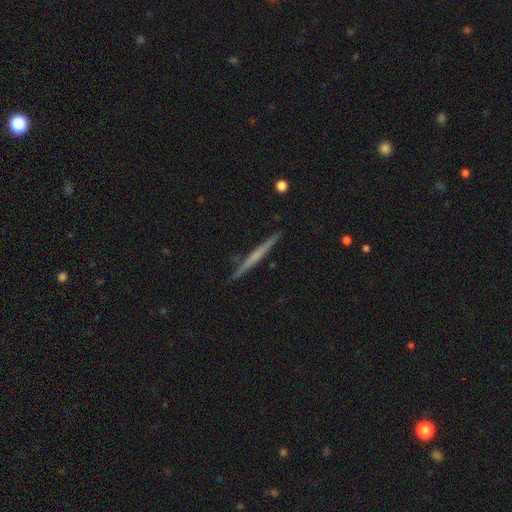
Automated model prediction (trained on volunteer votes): smooth-or-featured: featured or disk: 56% | smooth: 39% | star or artifact: 6%
  disk-edge-on: yes: 98% | no: 2%
    edge-on-bulge: none: 79% | rounded: 15% | boxy: 6%
  merging: none: 90% | minor disturbance: 7% | merger: 1% | major disturbance: 1%